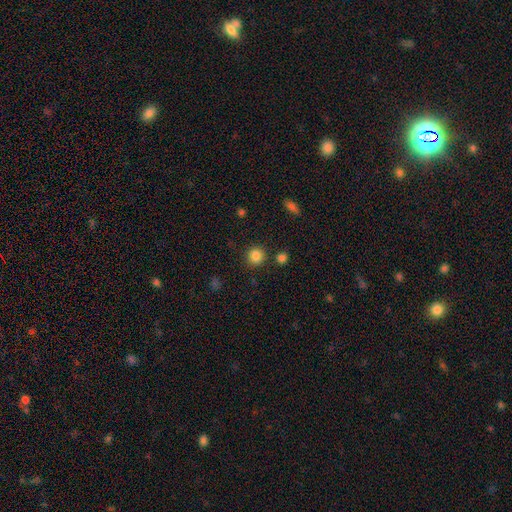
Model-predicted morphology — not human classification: Smooth or featured? Predicted: smooth (p=0.85). How rounded? Predicted: round (p=0.92). Merging? Predicted: none (p=0.87).